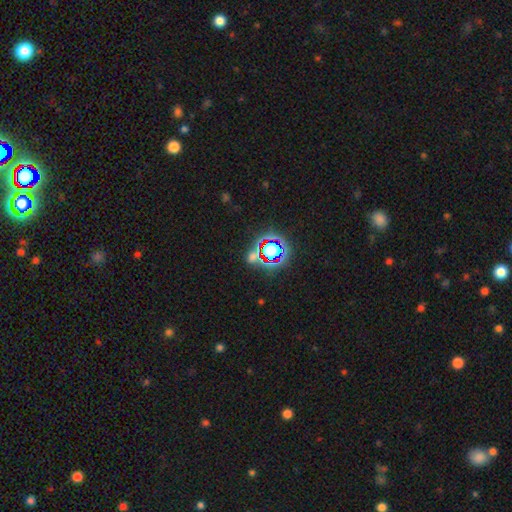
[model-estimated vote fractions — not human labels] Smooth or featured? Predicted: star or artifact (p=0.72).